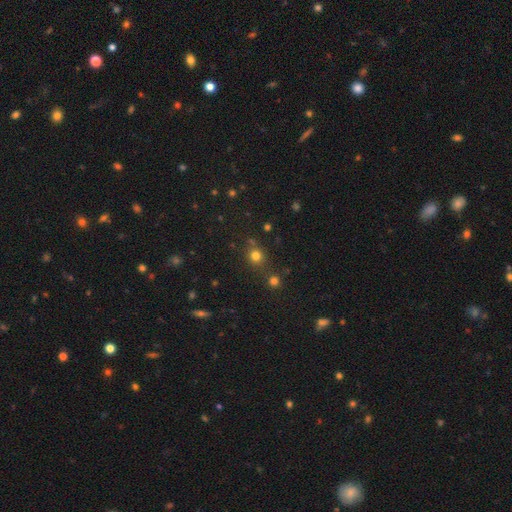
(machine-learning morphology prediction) This appears to be a smooth galaxy with no disk features (74%) that is round (84%). Merging: none (73%).